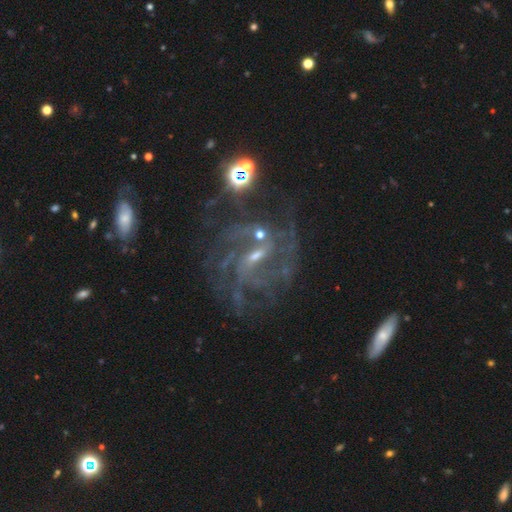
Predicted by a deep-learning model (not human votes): Q: Smooth or featured?
A: featured or disk (85%); runner-up: star or artifact (10%)
Q: Edge-on disk?
A: no (97%); runner-up: yes (3%)
Q: Bar?
A: weak (52%); runner-up: no (24%)
Q: Spiral arms?
A: yes (94%); runner-up: no (6%)
Q: Spiral winding?
A: medium (45%); runner-up: tight (43%)
Q: Spiral arm count?
A: can't tell (29%); runner-up: 4 (19%)
Q: Bulge size?
A: small (63%); runner-up: moderate (24%)
Q: Merging?
A: none (61%); runner-up: minor disturbance (16%)